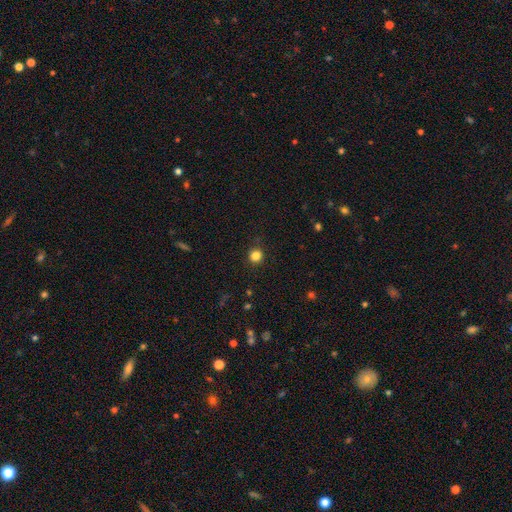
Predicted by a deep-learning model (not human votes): Smooth or featured: smooth — 83% (star or artifact — 13%)
How rounded: round — 92% (in between — 7%)
Merging: none — 90% (minor disturbance — 7%)